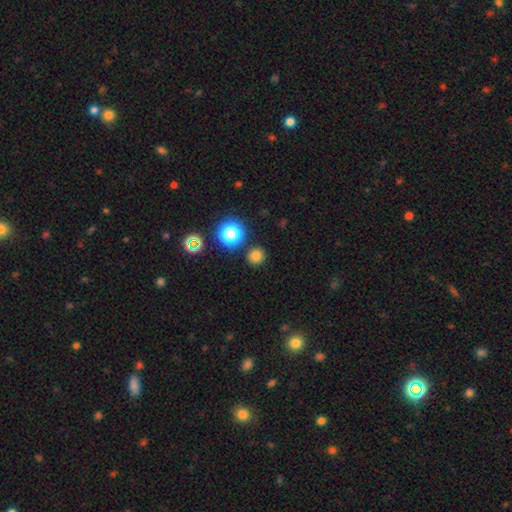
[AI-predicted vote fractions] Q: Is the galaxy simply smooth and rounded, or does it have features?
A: smooth — 75%.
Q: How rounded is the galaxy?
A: round — 93%.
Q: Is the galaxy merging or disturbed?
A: none — 88%.